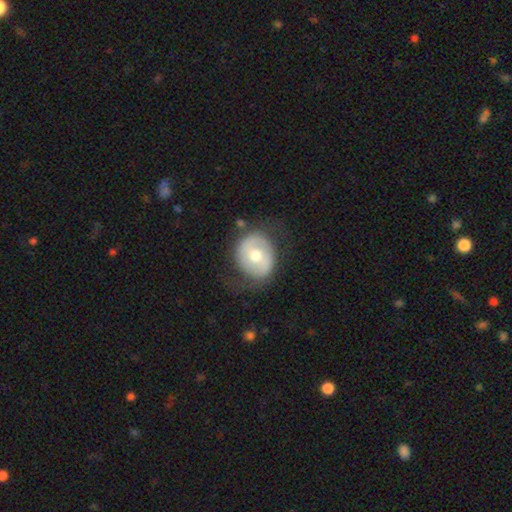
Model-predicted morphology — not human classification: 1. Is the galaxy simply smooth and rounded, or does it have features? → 50% featured or disk, 44% smooth, 6% star or artifact.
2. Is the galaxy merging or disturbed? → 66% none, 20% minor disturbance, 12% major disturbance, 2% merger.